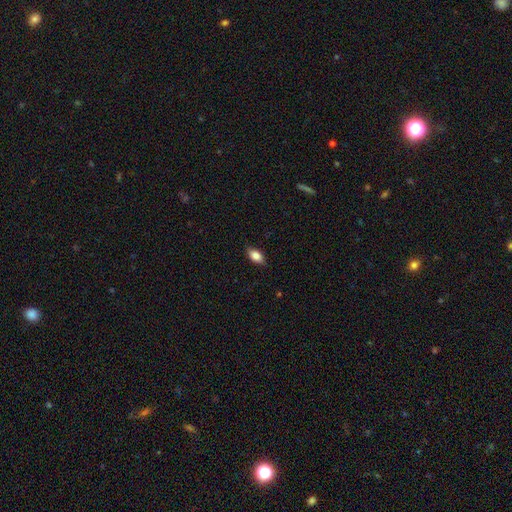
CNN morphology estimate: Smooth or featured: smooth — 81% (featured or disk — 12%)
How rounded: in between — 88% (round — 6%)
Merging: none — 84% (minor disturbance — 13%)